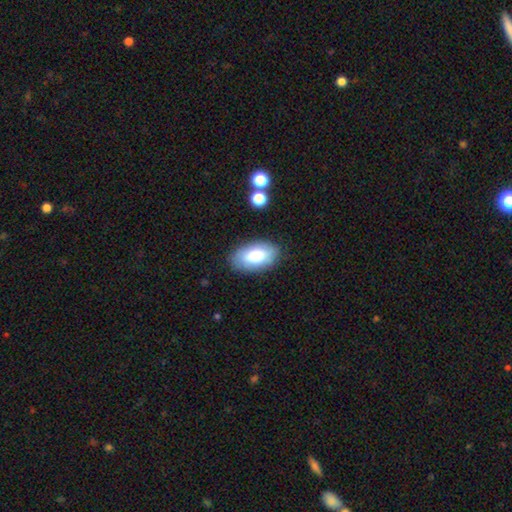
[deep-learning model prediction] This is clearly a smooth galaxy (81%). How rounded: clearly in between (94%). Merging: clearly none (85%).